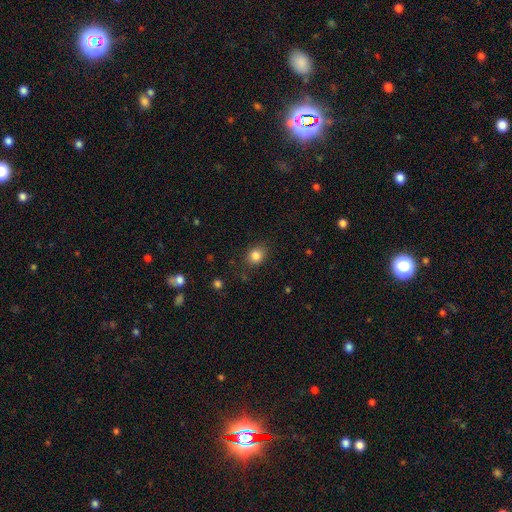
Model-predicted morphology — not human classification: type=smooth (83%); roundness=round (57%); merging=none (83%).